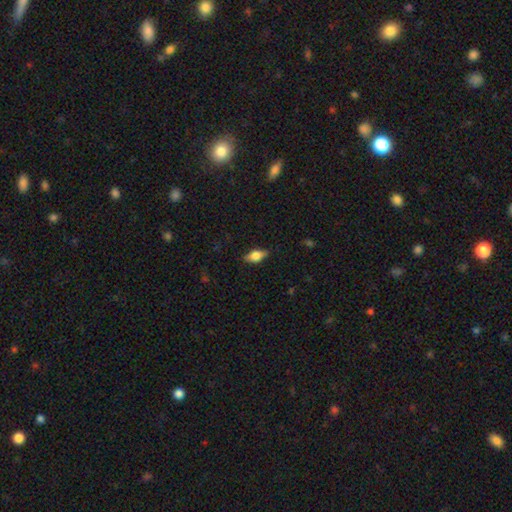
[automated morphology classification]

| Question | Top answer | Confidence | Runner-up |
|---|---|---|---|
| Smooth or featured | smooth | 65% | featured or disk (27%) |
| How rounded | in between | 83% | cigar-shaped (12%) |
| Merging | none | 83% | minor disturbance (13%) |